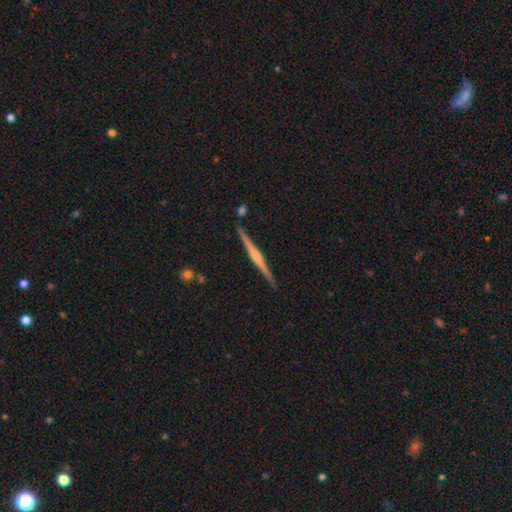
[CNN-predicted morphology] Smooth or featured: featured or disk — 81% (smooth — 13%)
Edge-on disk: yes — 99% (no — 1%)
Edge-on bulge: rounded — 77% (boxy — 13%)
Merging: none — 91% (minor disturbance — 6%)